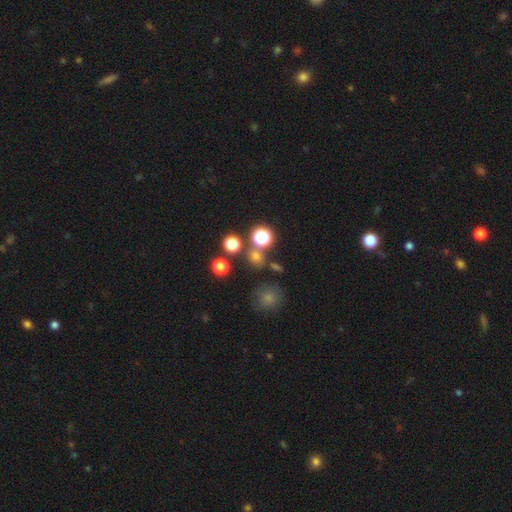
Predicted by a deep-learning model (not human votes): Smooth or featured? smooth (61%)
How rounded? round (83%)
Merging? none (69%)